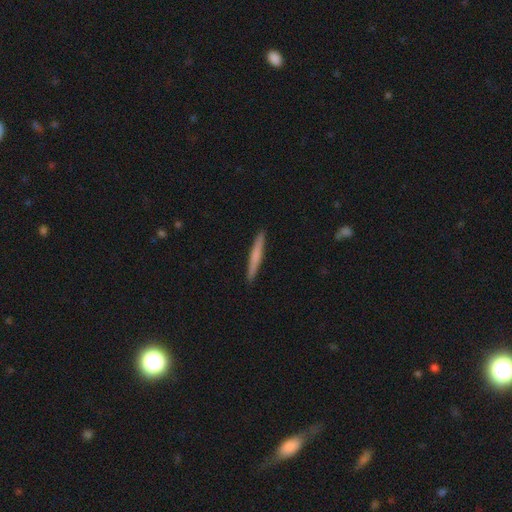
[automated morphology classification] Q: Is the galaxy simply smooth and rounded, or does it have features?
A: smooth — 60%.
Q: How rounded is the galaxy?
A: cigar-shaped — 96%.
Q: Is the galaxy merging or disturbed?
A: none — 92%.